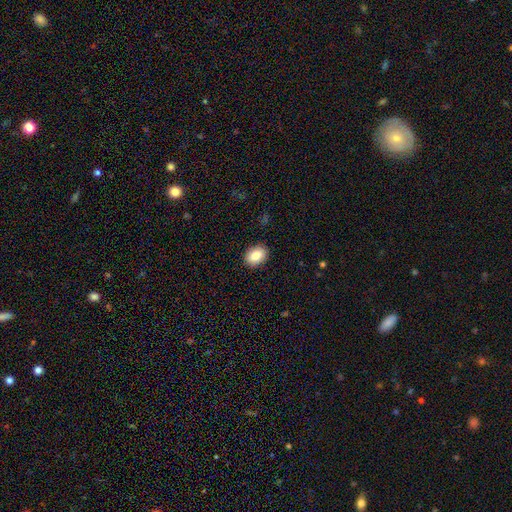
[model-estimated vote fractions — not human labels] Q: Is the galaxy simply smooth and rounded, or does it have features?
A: smooth — 85%.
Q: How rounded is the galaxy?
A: in between — 72%.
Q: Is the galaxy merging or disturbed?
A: none — 90%.